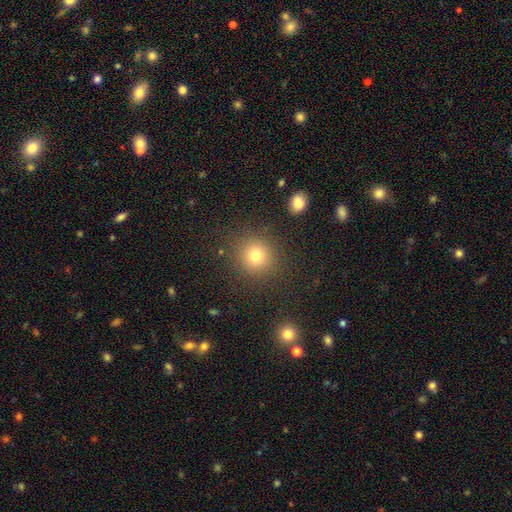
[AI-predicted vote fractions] smooth_or_featured: smooth (p=0.77) [alt: star or artifact p=0.15]
how_rounded: round (p=0.92) [alt: in between p=0.07]
merging: none (p=0.88) [alt: minor disturbance p=0.07]